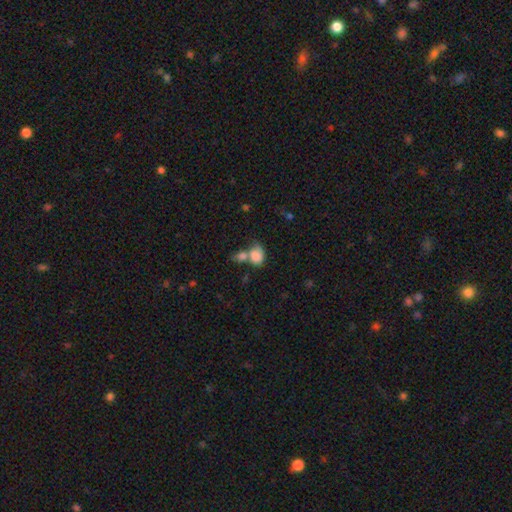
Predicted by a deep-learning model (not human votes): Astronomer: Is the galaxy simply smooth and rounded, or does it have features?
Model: smooth — 82%.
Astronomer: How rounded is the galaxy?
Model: in between — 67%.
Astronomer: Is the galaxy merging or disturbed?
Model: merger — 54%.